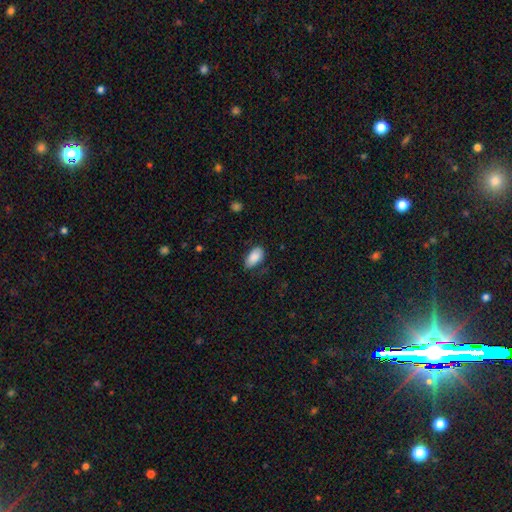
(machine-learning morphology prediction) Smooth or featured: smooth — 88% (star or artifact — 7%)
How rounded: in between — 94% (round — 4%)
Merging: none — 68% (minor disturbance — 25%)